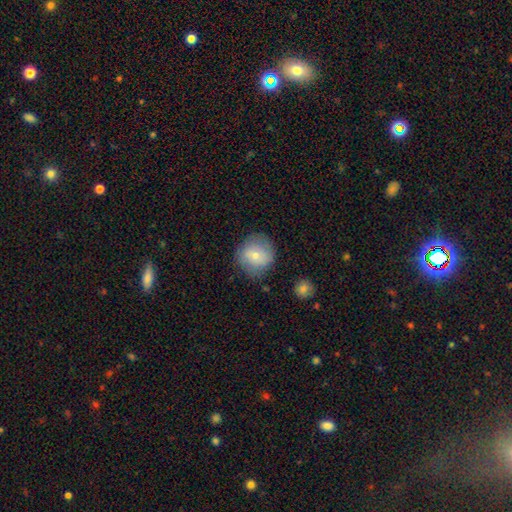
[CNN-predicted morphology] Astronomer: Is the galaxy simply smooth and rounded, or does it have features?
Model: smooth — 70%.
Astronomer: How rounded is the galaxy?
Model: round — 89%.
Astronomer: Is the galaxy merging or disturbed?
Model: none — 75%.